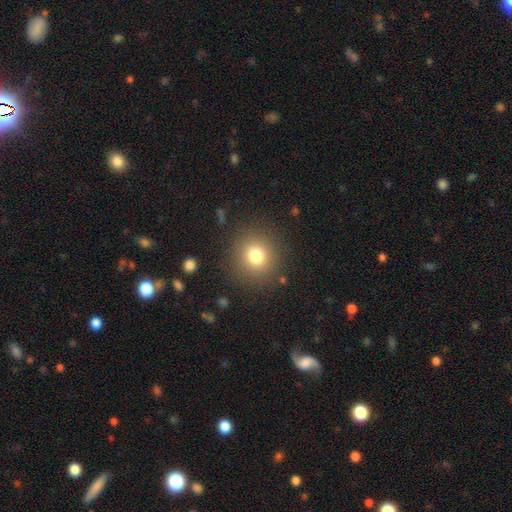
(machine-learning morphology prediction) This appears to be a smooth galaxy with no disk features (77%) that is round (90%). Merging: none (87%).